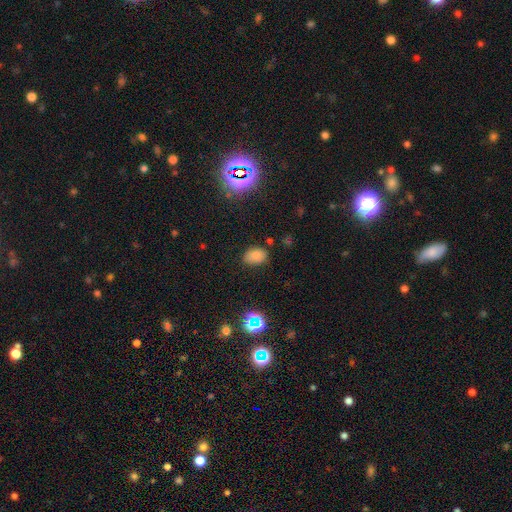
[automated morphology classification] The model was most divided on "smooth or featured": smooth: 77%, star or artifact: 16%, featured or disk: 7%. More confident: how rounded — in between (81%); merging — none (79%).